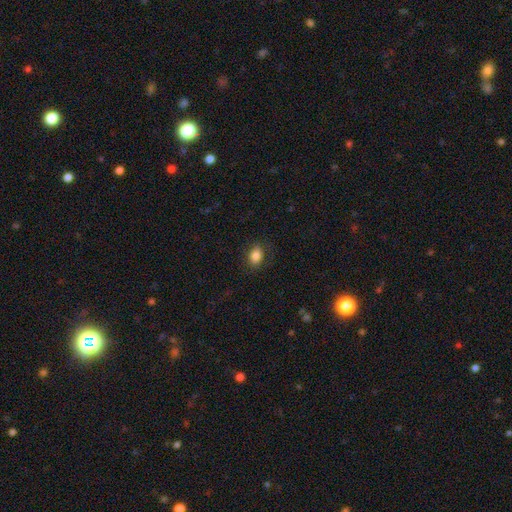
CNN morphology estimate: This appears to be a smooth galaxy with no disk features (83%) that is in between round and cigar-shaped (76%). Merging: none (82%).